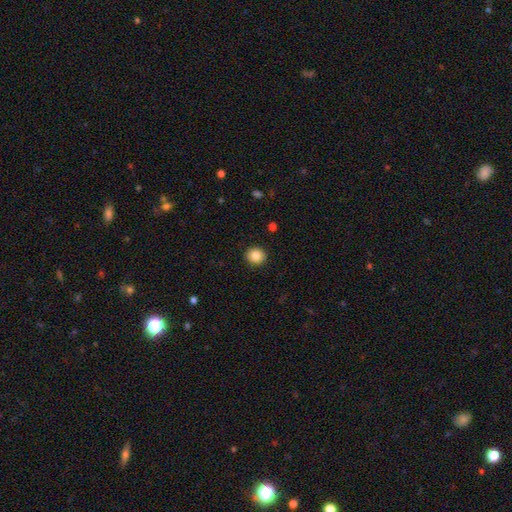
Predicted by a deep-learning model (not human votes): A smooth galaxy with no disk features (85%) that is round (86%).

Vote fractions:
- Smooth or featured? smooth: 85% / star or artifact: 9% / featured or disk: 6%
- How rounded? round: 86% / in between: 13% / cigar-shaped: 1%
- Merging? none: 92% / minor disturbance: 5% / major disturbance: 2% / merger: 1%